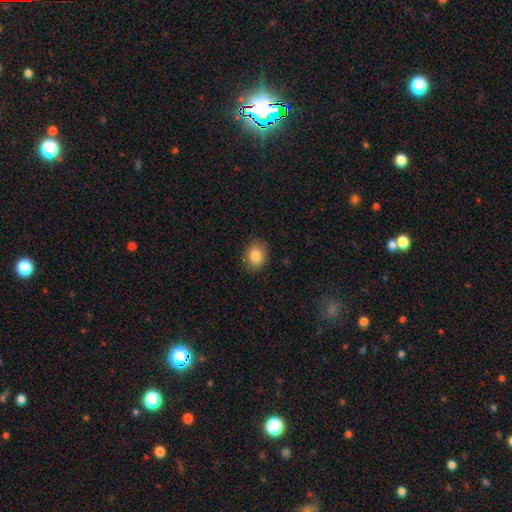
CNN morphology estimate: This is clearly a smooth galaxy (84%). How rounded: possibly in between (52%). Merging: clearly none (87%).